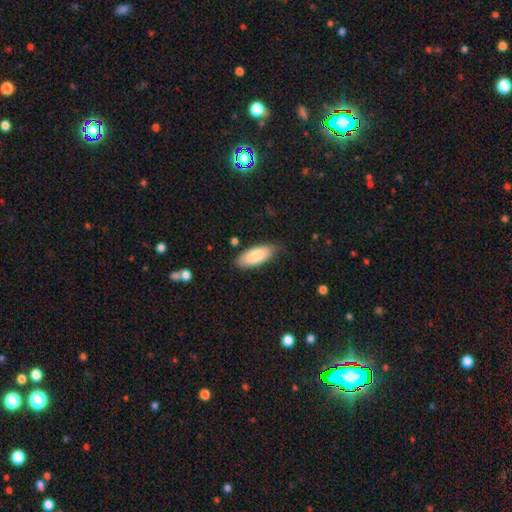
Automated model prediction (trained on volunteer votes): Smooth or featured? smooth (84%)
How rounded? in between (80%)
Merging? none (81%)